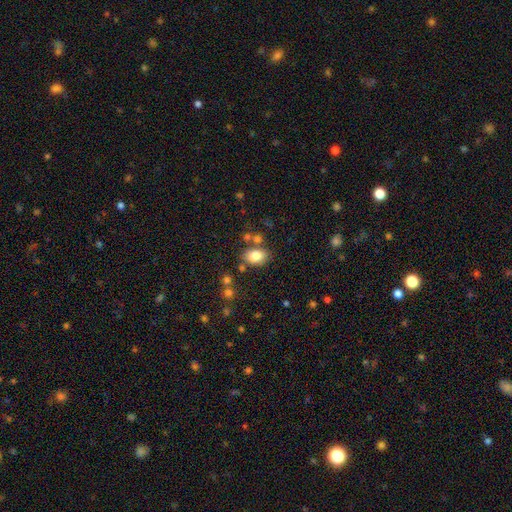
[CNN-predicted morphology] smooth-or-featured: smooth: 82% | featured or disk: 9% | star or artifact: 9%
  how-rounded: in between: 80% | round: 19% | cigar-shaped: 1%
  merging: none: 73% | minor disturbance: 13% | merger: 9% | major disturbance: 4%